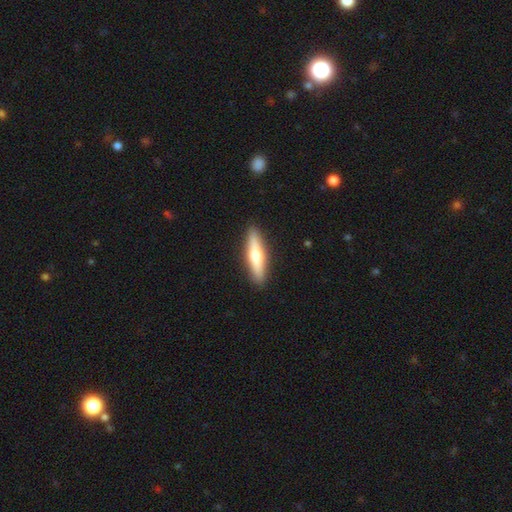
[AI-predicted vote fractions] smooth-or-featured: smooth: 53% | featured or disk: 41% | star or artifact: 5%
  how-rounded: cigar-shaped: 79% | in between: 20% | round: 2%
  merging: none: 91% | minor disturbance: 7% | major disturbance: 2% | merger: 1%